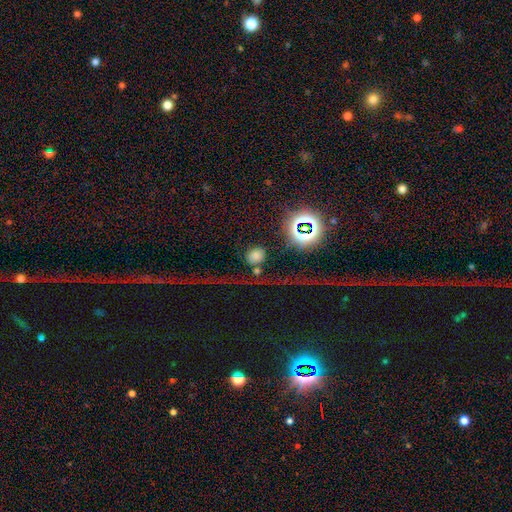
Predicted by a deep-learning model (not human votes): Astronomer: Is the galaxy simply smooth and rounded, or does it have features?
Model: smooth — 63%.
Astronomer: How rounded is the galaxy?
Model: round — 76%.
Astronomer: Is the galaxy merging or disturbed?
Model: none — 75%.